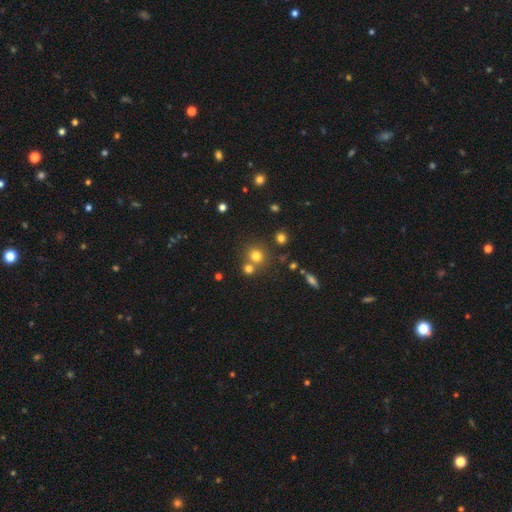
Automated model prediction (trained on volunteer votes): A smooth galaxy with no disk features (74%) that is round (88%). Merging: none (64%).